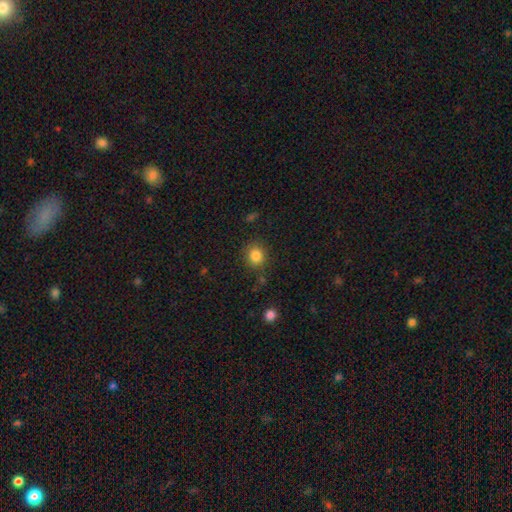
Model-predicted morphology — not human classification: A smooth galaxy with no disk features (84%) that is round (82%).

Vote fractions:
- Smooth or featured? smooth: 84% / star or artifact: 11% / featured or disk: 5%
- How rounded? round: 82% / in between: 18% / cigar-shaped: 1%
- Merging? none: 83% / minor disturbance: 10% / major disturbance: 4% / merger: 3%